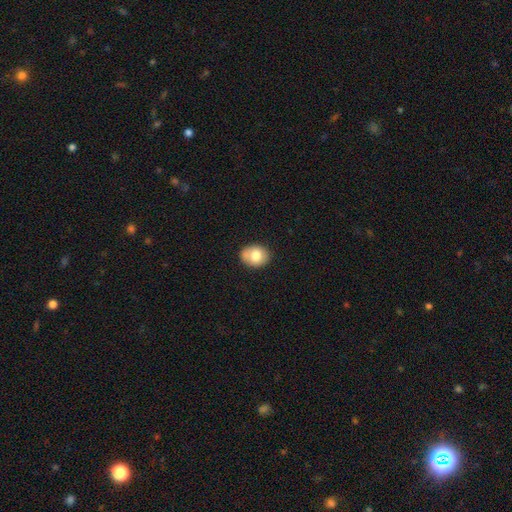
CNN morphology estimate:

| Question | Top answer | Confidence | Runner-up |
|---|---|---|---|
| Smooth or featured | smooth | 76% | featured or disk (15%) |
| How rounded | in between | 51% | round (49%) |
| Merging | none | 76% | minor disturbance (17%) |